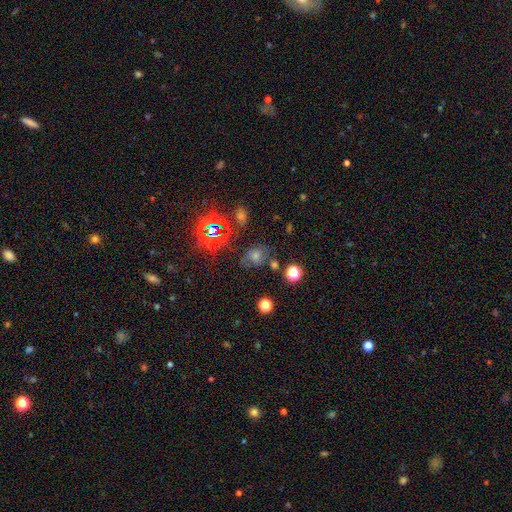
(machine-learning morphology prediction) star or artifact 47%, smooth 34%, featured or disk 18%.